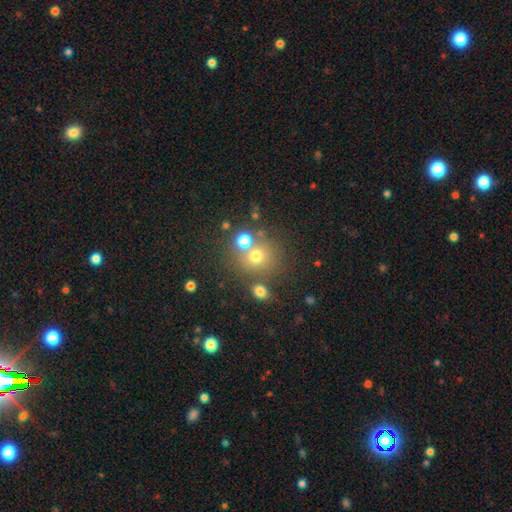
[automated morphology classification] A smooth galaxy with no disk features (69%) that is round (85%). Merging: none (61%).